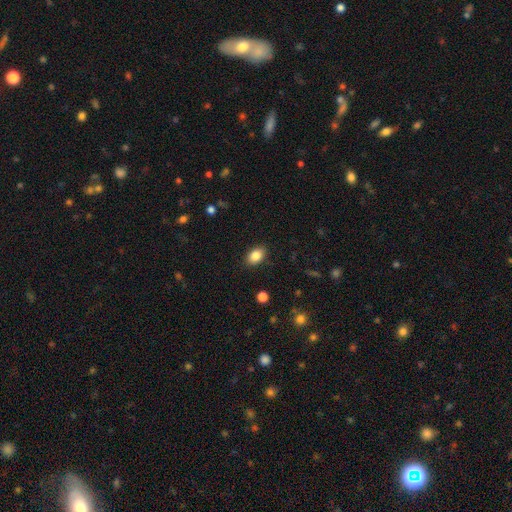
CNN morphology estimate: This appears to be a smooth galaxy with no disk features (85%) that is in between round and cigar-shaped (86%). Merging: none (87%).